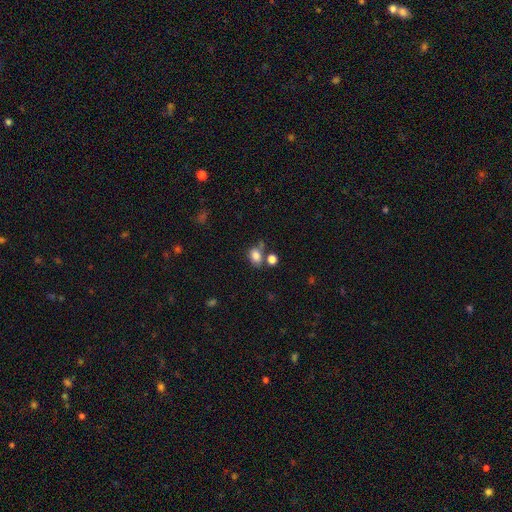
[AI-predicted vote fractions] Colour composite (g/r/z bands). It shows a smooth galaxy with no disk features (82%) that is in between round and cigar-shaped (73%). Merging: none (54%).